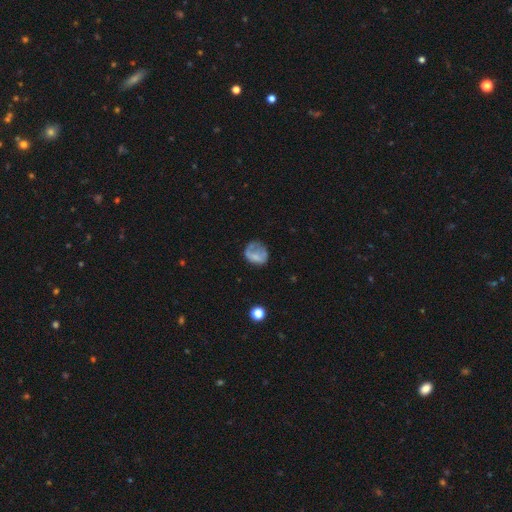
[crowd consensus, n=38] A smooth galaxy with no disk features (50%, tied with featured or disk) that is round (58%). Merging: none (47%).